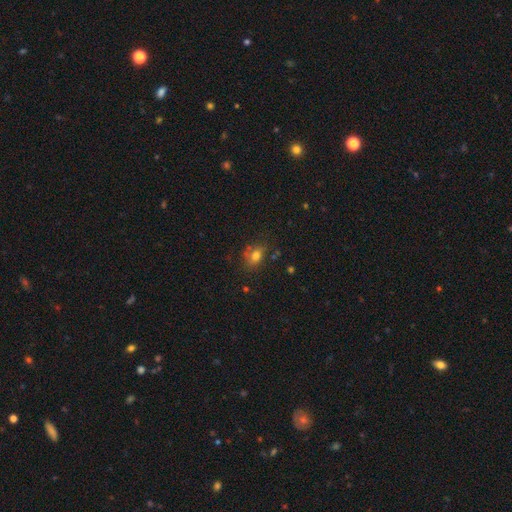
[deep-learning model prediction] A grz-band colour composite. It shows a smooth galaxy with no disk features (76%) that is in between round and cigar-shaped (73%). Merging: none (68%).